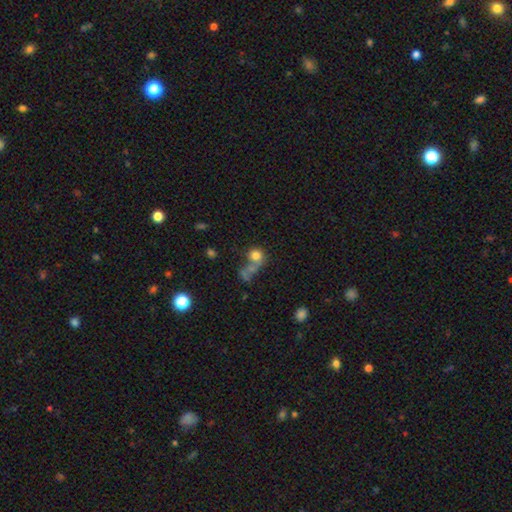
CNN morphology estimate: smooth_or_featured: smooth (p=0.72) [alt: featured or disk p=0.15]
how_rounded: round (p=0.81) [alt: in between p=0.18]
merging: merger (p=0.42) [alt: none p=0.30]